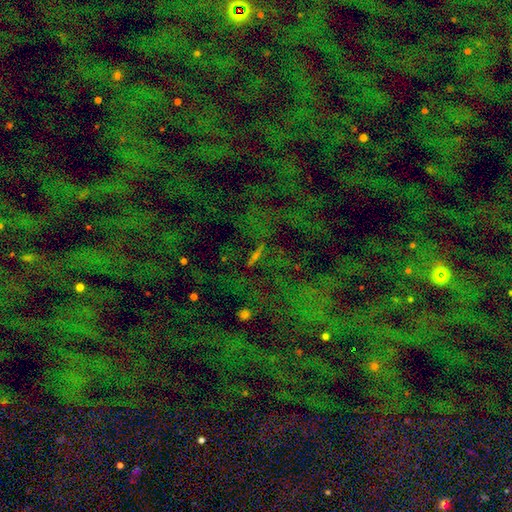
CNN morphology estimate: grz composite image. It shows a star or artifact, not a galaxy (75%).